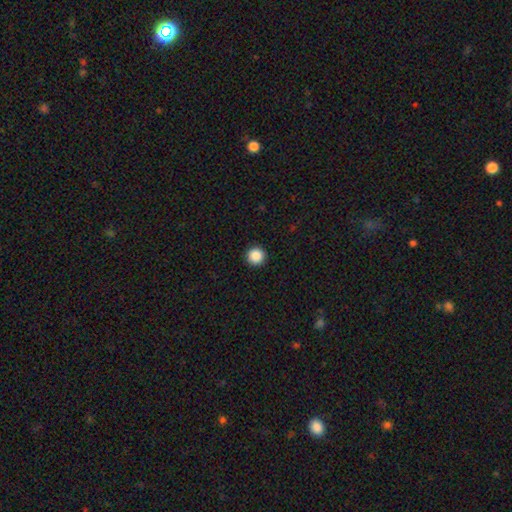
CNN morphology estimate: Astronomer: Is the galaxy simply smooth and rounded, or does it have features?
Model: smooth — 88%.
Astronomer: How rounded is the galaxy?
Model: round — 96%.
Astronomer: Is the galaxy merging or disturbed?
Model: none — 94%.